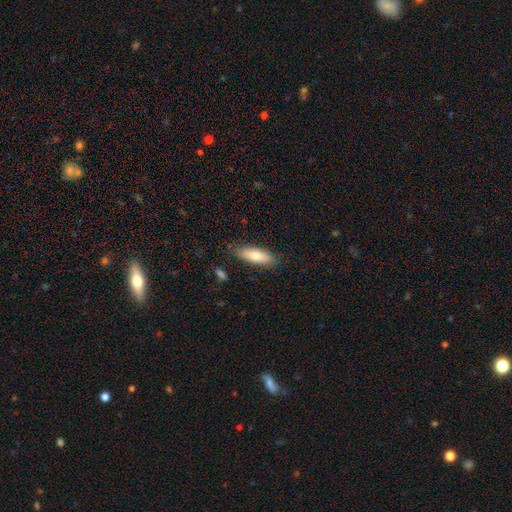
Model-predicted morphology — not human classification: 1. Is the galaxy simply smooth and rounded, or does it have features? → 78% smooth, 16% featured or disk, 6% star or artifact.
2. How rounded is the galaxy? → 58% in between, 40% cigar-shaped, 2% round.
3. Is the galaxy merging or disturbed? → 84% none, 12% minor disturbance, 2% major disturbance, 2% merger.